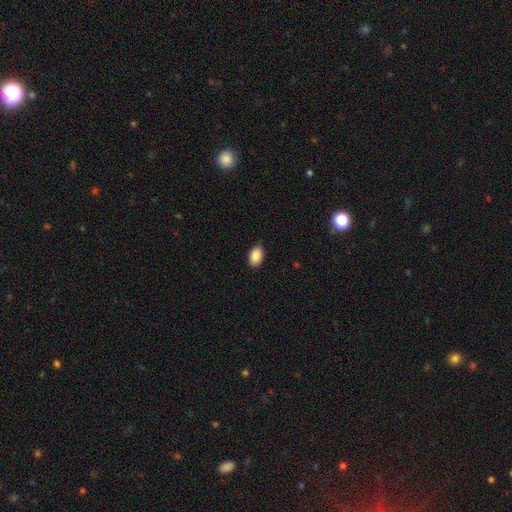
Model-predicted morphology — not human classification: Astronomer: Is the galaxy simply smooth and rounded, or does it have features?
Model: smooth — 89%.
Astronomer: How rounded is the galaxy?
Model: in between — 89%.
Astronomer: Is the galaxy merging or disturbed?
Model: none — 84%.